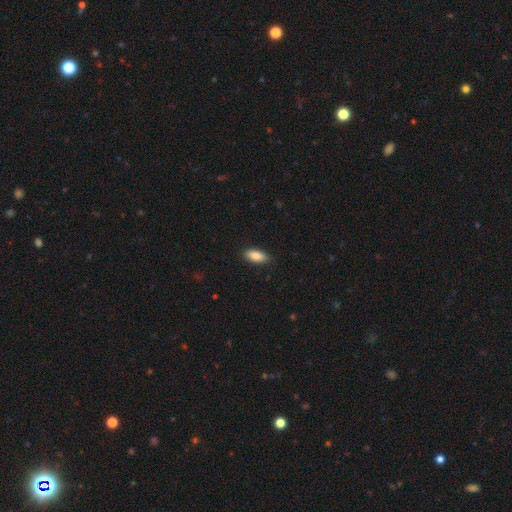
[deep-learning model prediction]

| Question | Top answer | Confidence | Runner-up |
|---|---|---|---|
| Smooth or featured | smooth | 86% | featured or disk (8%) |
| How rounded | in between | 87% | cigar-shaped (11%) |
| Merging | none | 87% | minor disturbance (10%) |